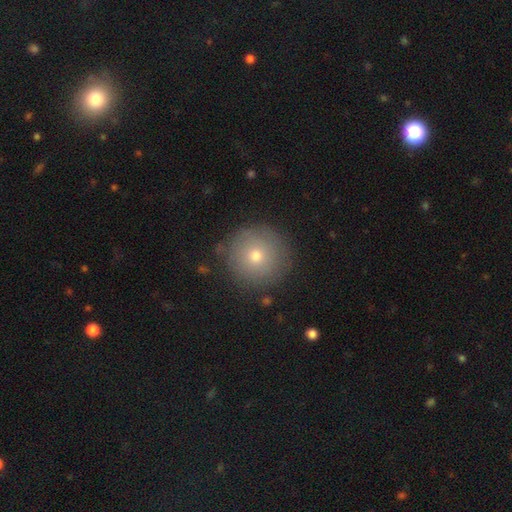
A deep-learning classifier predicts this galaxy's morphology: Smooth or featured: smooth — 70% (featured or disk — 16%)
How rounded: round — 96% (in between — 3%)
Merging: none — 87% (minor disturbance — 9%)